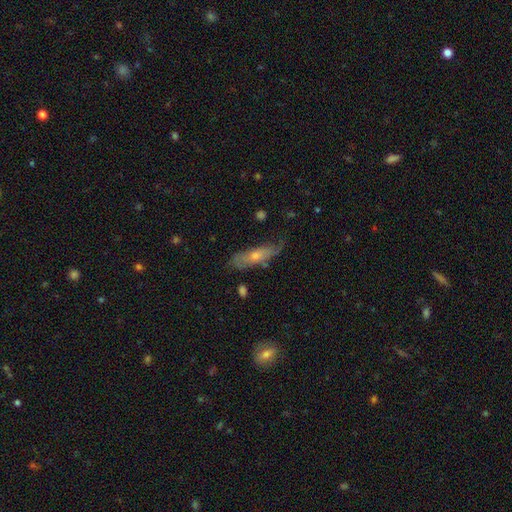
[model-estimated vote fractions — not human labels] Smooth or featured?
  - featured or disk: 48% *
  - smooth: 44%
  - star or artifact: 8%
Merging?
  - none: 60% *
  - minor disturbance: 27%
  - major disturbance: 9%
  - merger: 3%